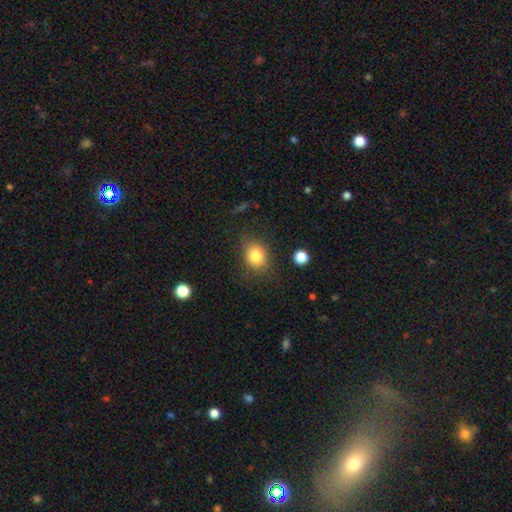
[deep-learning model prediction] smooth 80%, star or artifact 10%, featured or disk 9%. Down the decision tree: how rounded — in between (50%); merging — none (77%).